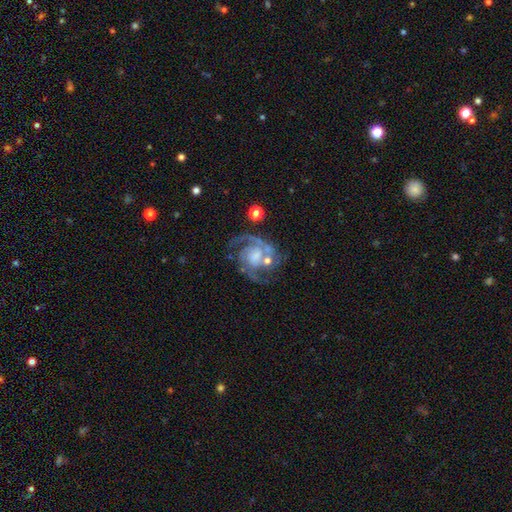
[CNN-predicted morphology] type=featured or disk (88%); edge-on=no (98%); bar=no (52%); spiral arms=yes (97%); winding=medium (52%); arm count=2 (73%); bulge=moderate (32%); merging=none (57%).